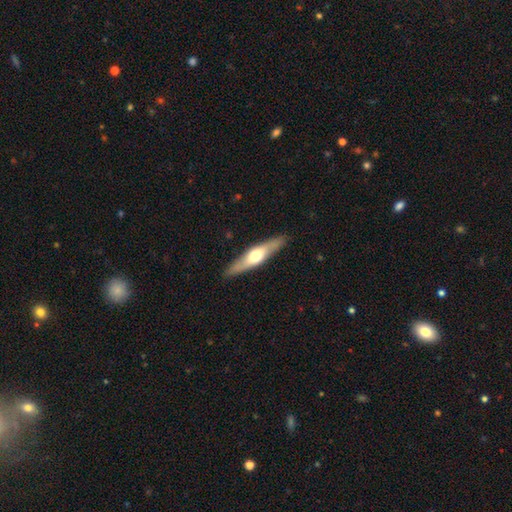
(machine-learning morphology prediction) smooth_or_featured: featured or disk (p=0.55) [alt: smooth p=0.40]
disk_edge_on: yes (p=0.89) [alt: no p=0.11]
merging: none (p=0.89) [alt: minor disturbance p=0.08]